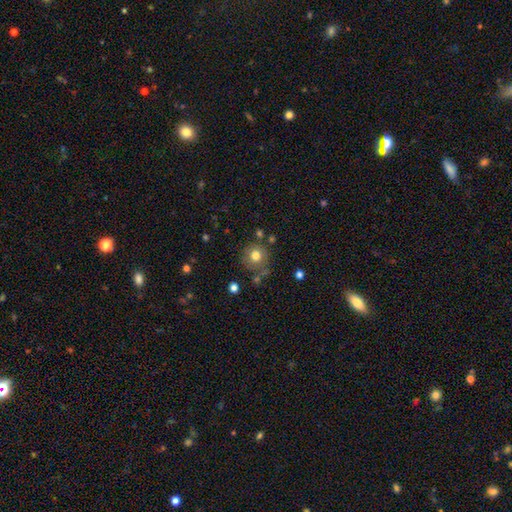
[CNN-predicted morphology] Q: Smooth or featured?
A: smooth (76%); runner-up: featured or disk (13%)
Q: How rounded?
A: round (90%); runner-up: in between (9%)
Q: Merging?
A: none (72%); runner-up: minor disturbance (15%)